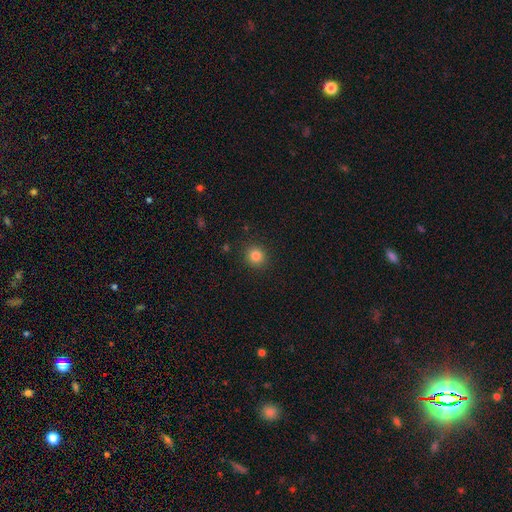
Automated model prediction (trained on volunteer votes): A smooth galaxy with no disk features (83%) that is round (89%). Merging: none (91%).